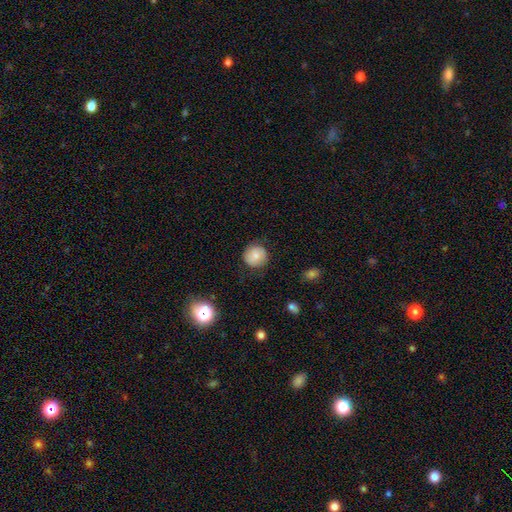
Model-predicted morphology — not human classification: A smooth galaxy with no disk features (78%) that is round (92%). Merging: none (82%).